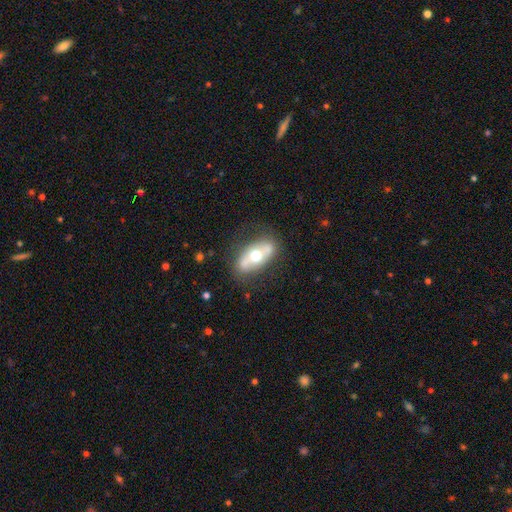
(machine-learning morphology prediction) A featured or disk galaxy (53%). Merging: none (73%).